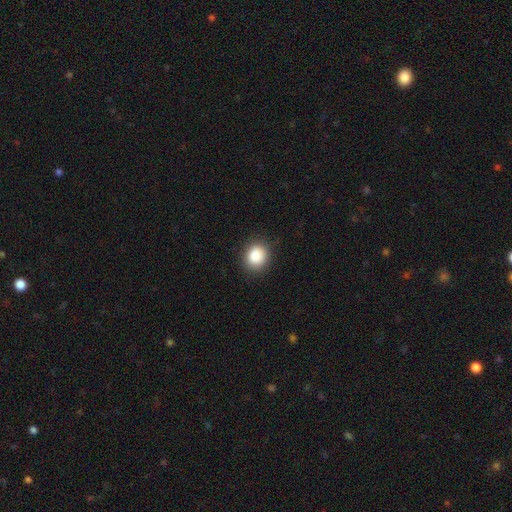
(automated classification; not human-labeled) This appears to be a smooth galaxy with no disk features (86%) that is round (73%). Merging: none (88%).